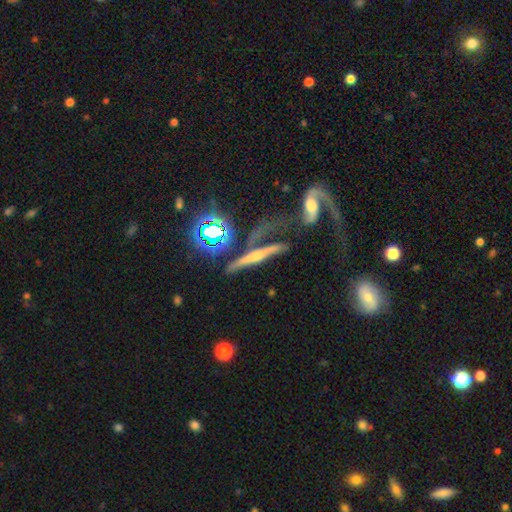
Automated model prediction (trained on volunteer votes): smooth-or-featured: featured or disk: 53% | smooth: 30% | star or artifact: 17%
  disk-edge-on: yes: 78% | no: 22%
  merging: none: 45% | merger: 21% | minor disturbance: 17% | major disturbance: 17%